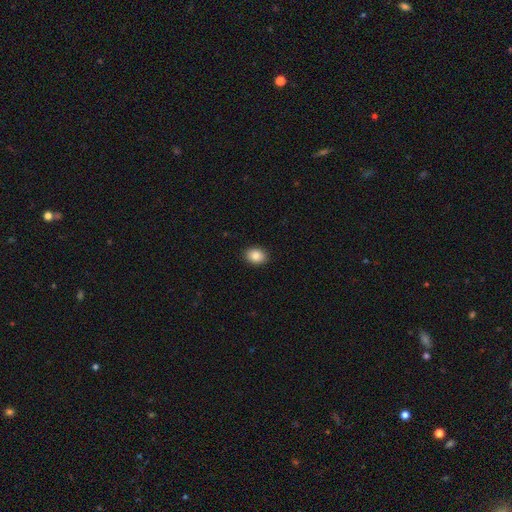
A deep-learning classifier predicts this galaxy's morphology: The model was most divided on "how rounded": in between: 66%, round: 33%, cigar-shaped: 1%. More confident: merging — none (91%); smooth or featured — smooth (86%).